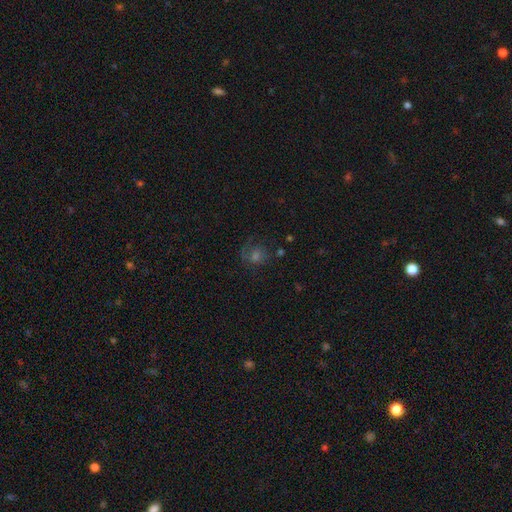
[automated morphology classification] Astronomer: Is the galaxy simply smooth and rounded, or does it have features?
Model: featured or disk — 37% (runner-up: smooth, 36%).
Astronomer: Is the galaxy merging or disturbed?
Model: none — 64%.